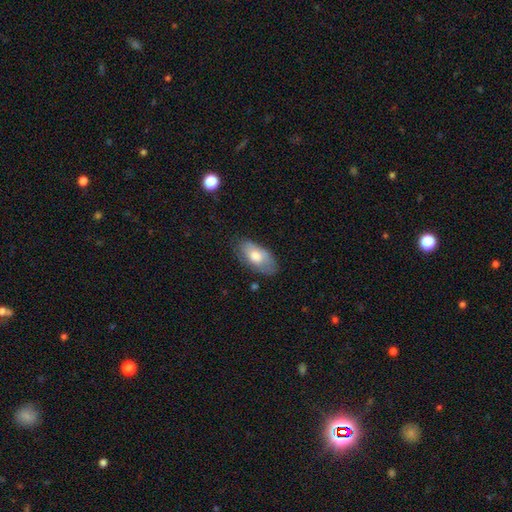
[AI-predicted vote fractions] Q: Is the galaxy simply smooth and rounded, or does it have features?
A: smooth — 69%.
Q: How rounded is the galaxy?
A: in between — 93%.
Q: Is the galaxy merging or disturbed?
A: none — 68%.